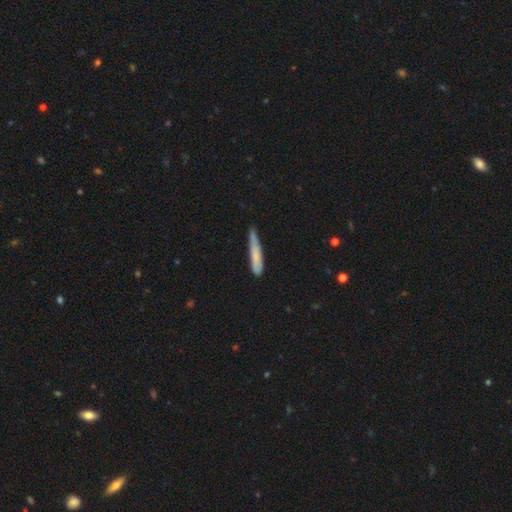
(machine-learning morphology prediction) A smooth galaxy with no disk features (72%) that is cigar-shaped (92%). Merging: none (57%).